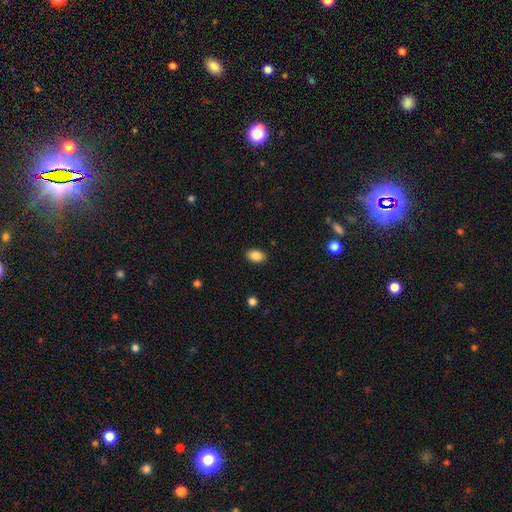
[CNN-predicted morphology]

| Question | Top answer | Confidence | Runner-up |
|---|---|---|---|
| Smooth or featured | smooth | 87% | star or artifact (9%) |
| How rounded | in between | 86% | round (12%) |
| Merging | none | 89% | minor disturbance (8%) |